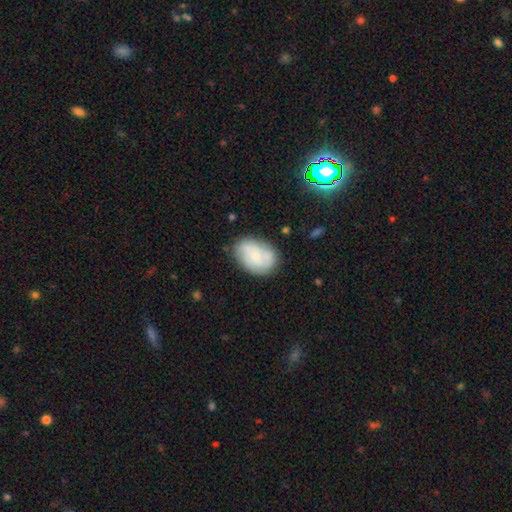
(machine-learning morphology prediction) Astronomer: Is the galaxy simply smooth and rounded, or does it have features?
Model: smooth — 49% (runner-up: featured or disk, 44%).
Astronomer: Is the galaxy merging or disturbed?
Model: none — 72%.